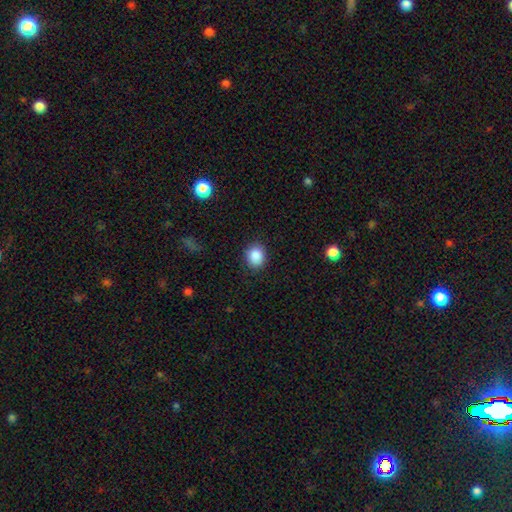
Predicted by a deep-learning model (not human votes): Overall: smooth (88%). How rounded: round (59%; in between 40%). Merging: none (87%).